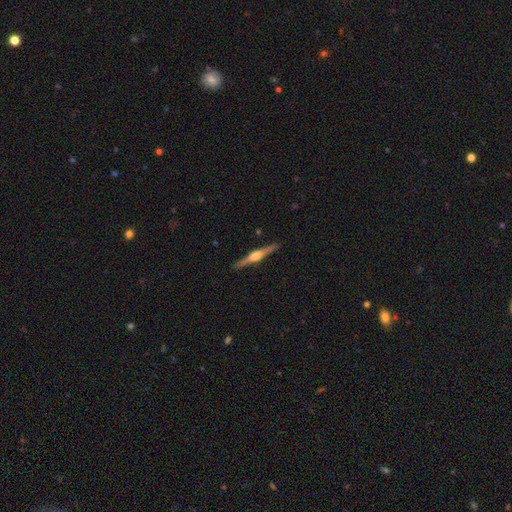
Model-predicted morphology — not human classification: featured or disk 82%, smooth 13%, star or artifact 5%. Down the decision tree: edge-on disk — yes (98%); edge-on bulge — rounded (84%); merging — none (91%).